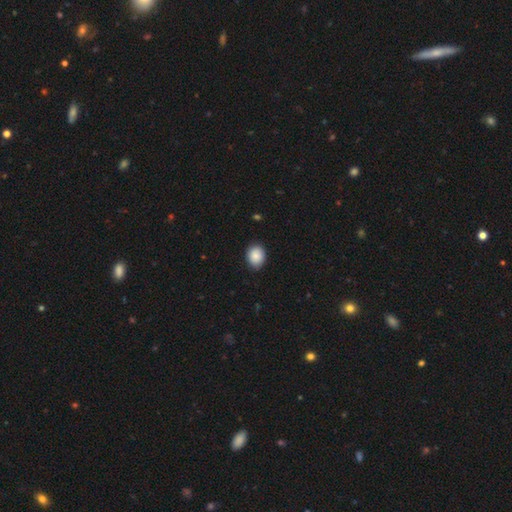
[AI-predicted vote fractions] A smooth galaxy with no disk features (88%) that is round (59%).

Vote fractions:
- Smooth or featured? smooth: 88% / star or artifact: 7% / featured or disk: 4%
- How rounded? round: 59% / in between: 40% / cigar-shaped: 1%
- Merging? none: 85% / minor disturbance: 12% / major disturbance: 2% / merger: 1%